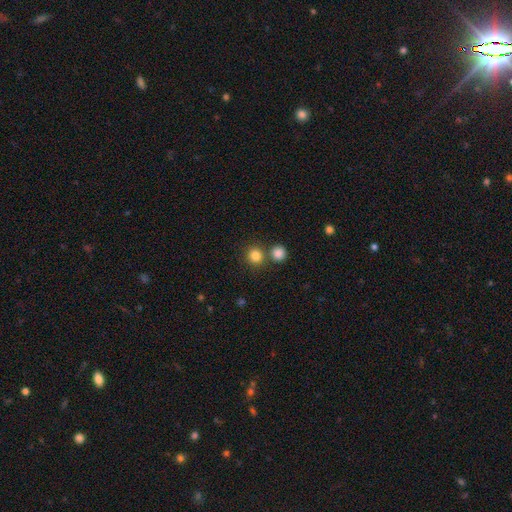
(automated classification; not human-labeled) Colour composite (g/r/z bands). It shows a smooth galaxy with no disk features (83%) that is round (90%). Merging: none (72%).